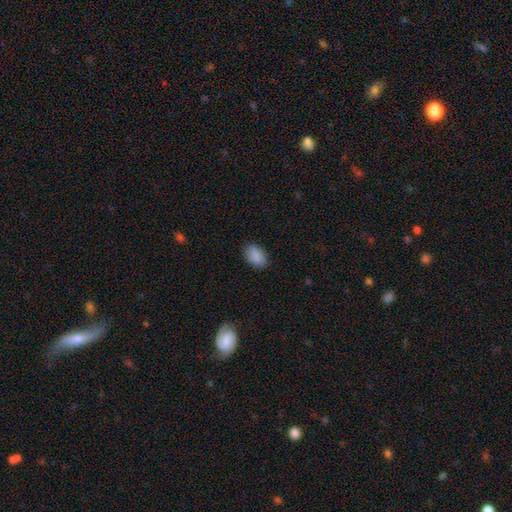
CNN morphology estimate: Smooth or featured: smooth — 89% (star or artifact — 8%)
How rounded: in between — 90% (round — 9%)
Merging: none — 86% (minor disturbance — 10%)